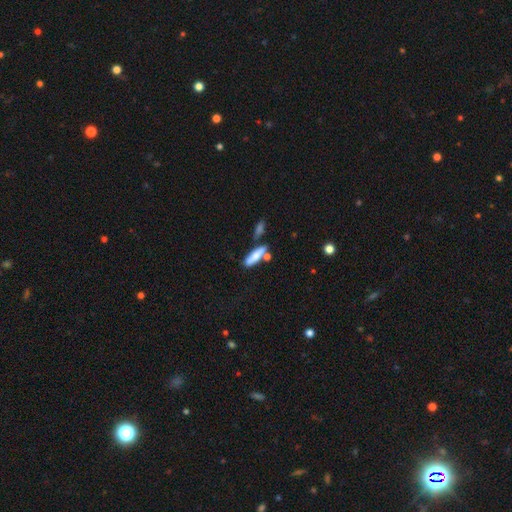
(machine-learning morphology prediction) Overall: smooth (70%). How rounded: cigar-shaped (60%; in between 37%). Merging: none (51%; merger 23%).